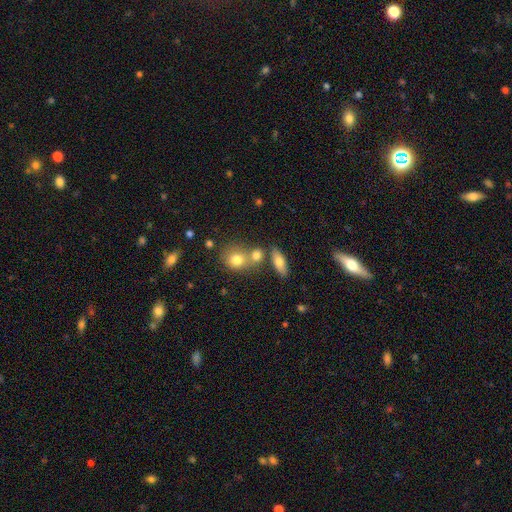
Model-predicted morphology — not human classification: smooth_or_featured: smooth (p=0.71) [alt: featured or disk p=0.16]
how_rounded: round (p=0.53) [alt: in between p=0.41]
merging: none (p=0.51) [alt: merger p=0.34]